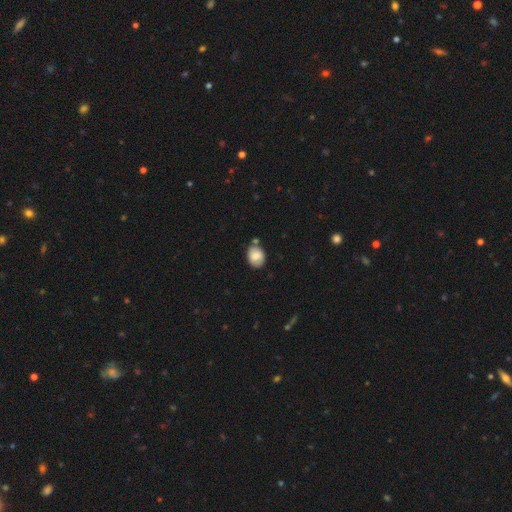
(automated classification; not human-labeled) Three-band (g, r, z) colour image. It shows a smooth galaxy with no disk features (79%) that is in between round and cigar-shaped (66%). Merging: none (68%).